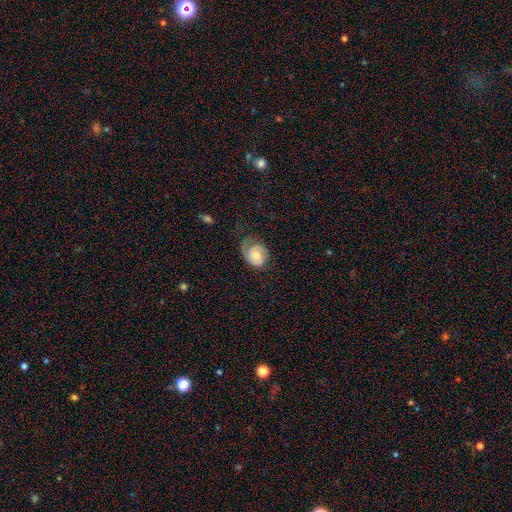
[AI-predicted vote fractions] Morphology: type=featured or disk (57%); edge-on=no (97%); bar=no (74%); spiral arms=yes (88%); bulge=moderate (51%); merging=none (38%).